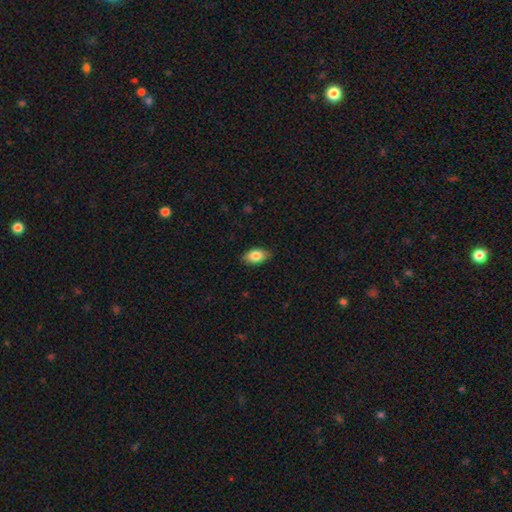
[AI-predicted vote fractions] Smooth or featured: smooth — 84% (featured or disk — 9%)
How rounded: in between — 91% (round — 7%)
Merging: none — 86% (minor disturbance — 11%)